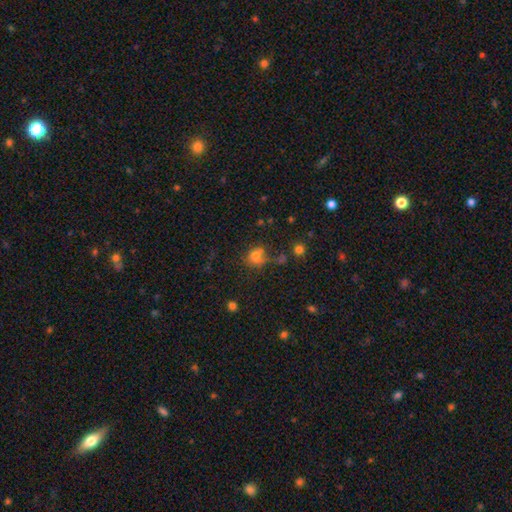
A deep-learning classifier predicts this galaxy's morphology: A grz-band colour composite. It shows a smooth galaxy with no disk features (69%) that is round (64%). Merging: none (45%).